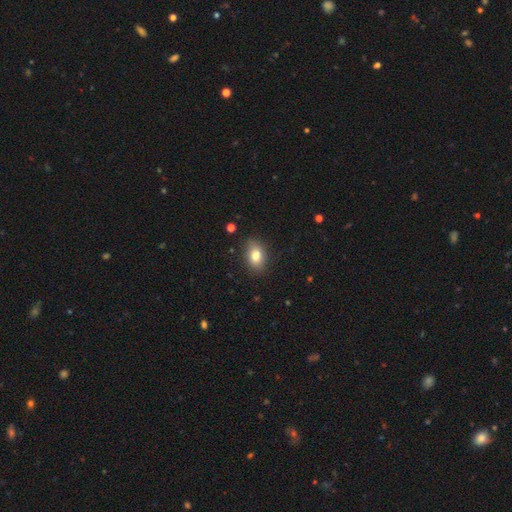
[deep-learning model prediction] A smooth galaxy with no disk features (81%) that is in between round and cigar-shaped (83%).

Vote fractions:
- Smooth or featured? smooth: 81% / featured or disk: 10% / star or artifact: 9%
- How rounded? in between: 83% / round: 16% / cigar-shaped: 2%
- Merging? none: 86% / minor disturbance: 10% / major disturbance: 2% / merger: 1%